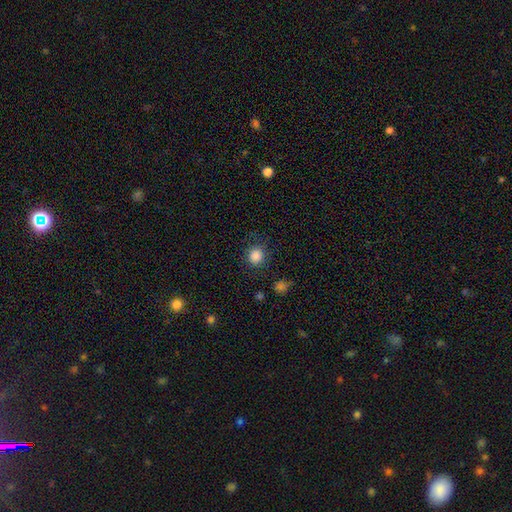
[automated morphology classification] Smooth or featured: smooth — 86% (star or artifact — 11%)
How rounded: round — 86% (in between — 14%)
Merging: none — 84% (minor disturbance — 10%)